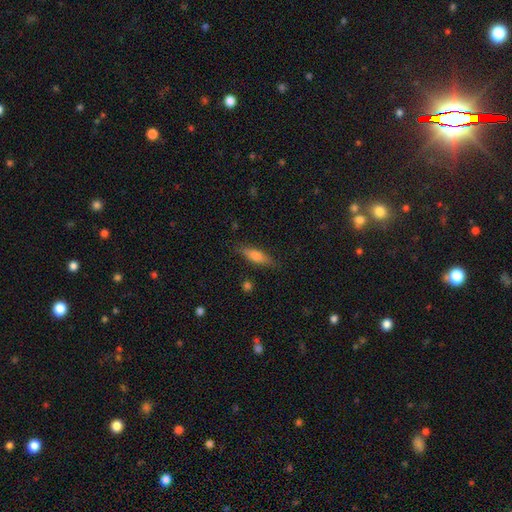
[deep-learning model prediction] Q: Smooth or featured?
A: smooth (63%); runner-up: featured or disk (30%)
Q: How rounded?
A: cigar-shaped (64%); runner-up: in between (34%)
Q: Merging?
A: none (84%); runner-up: minor disturbance (11%)